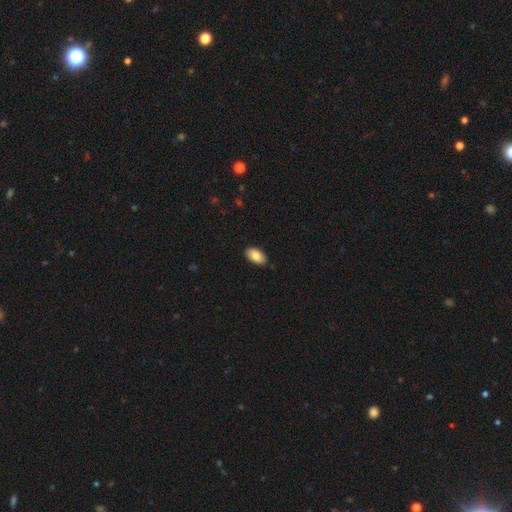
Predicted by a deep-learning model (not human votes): Overall: smooth (85%). How rounded: in between (95%). Merging: none (88%).